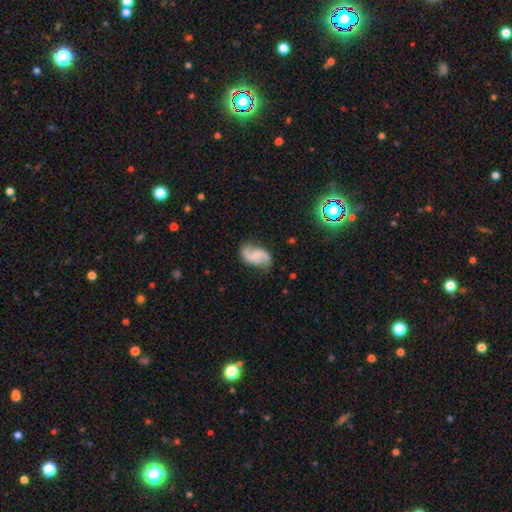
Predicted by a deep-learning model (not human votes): A featured or disk galaxy (78%) with no bar (50%), 2 (92%) loose (51%) spiral arms (94%) and a small central bulge (47%).

Vote fractions:
- Smooth or featured? featured or disk: 78% / smooth: 17% / star or artifact: 6%
- Edge-on disk? no: 97% / yes: 3%
- Bar? no: 50% / weak: 40% / strong: 10%
- Spiral arms? yes: 94% / no: 6%
- Spiral winding? loose: 51% / medium: 37% / tight: 12%
- Spiral arm count? 2: 92% / can't tell: 4% / 1: 2% / 3: 1% / 4: 1% / more than 4: 1%
- Bulge size? small: 47% / moderate: 45% / none: 6% / large: 2% / dominant: 1%
- Merging? none: 76% / minor disturbance: 18% / major disturbance: 5% / merger: 2%